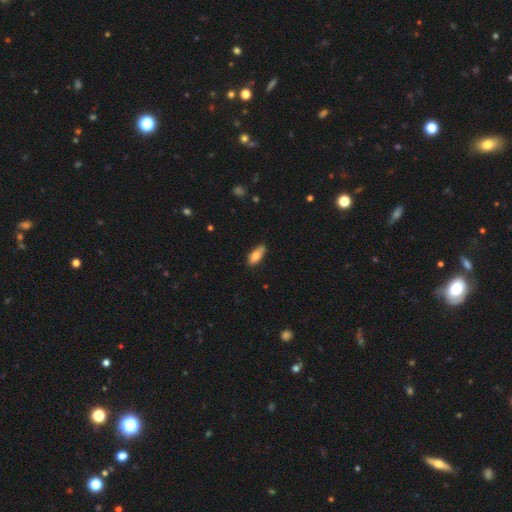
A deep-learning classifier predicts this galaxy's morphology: Q: Smooth or featured?
A: smooth (77%); runner-up: featured or disk (16%)
Q: How rounded?
A: in between (79%); runner-up: cigar-shaped (19%)
Q: Merging?
A: none (78%); runner-up: minor disturbance (18%)